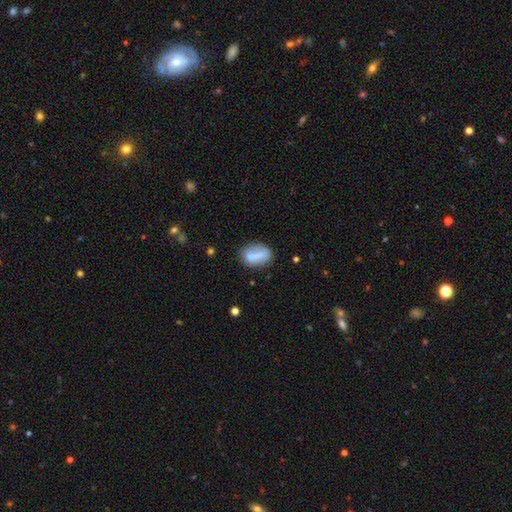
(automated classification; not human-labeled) A smooth galaxy with no disk features (66%) that is in between round and cigar-shaped (79%).

Vote fractions:
- Smooth or featured? smooth: 66% / featured or disk: 26% / star or artifact: 8%
- How rounded? in between: 79% / round: 16% / cigar-shaped: 5%
- Merging? none: 57% / minor disturbance: 21% / merger: 14% / major disturbance: 8%